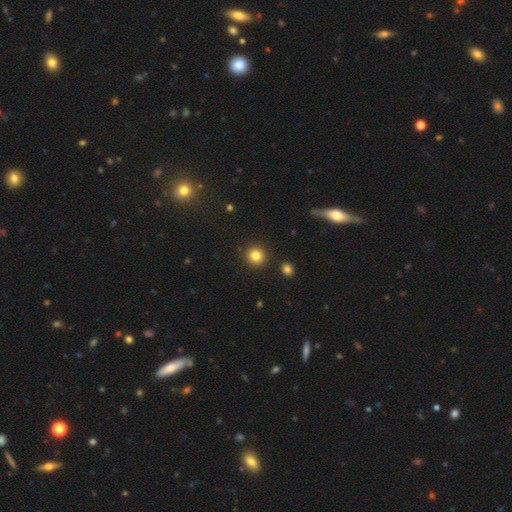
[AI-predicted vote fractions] A smooth galaxy with no disk features (82%) that is round (93%). Merging: none (90%).